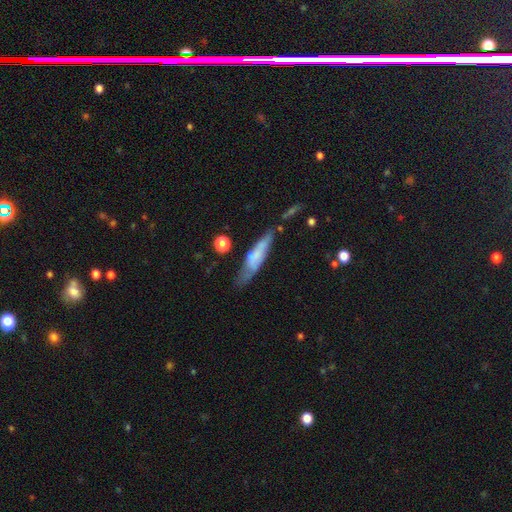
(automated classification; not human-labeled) The model was most divided on "smooth or featured": smooth: 56%, featured or disk: 37%, star or artifact: 8%. More confident: how rounded — cigar-shaped (78%); merging — none (55%).